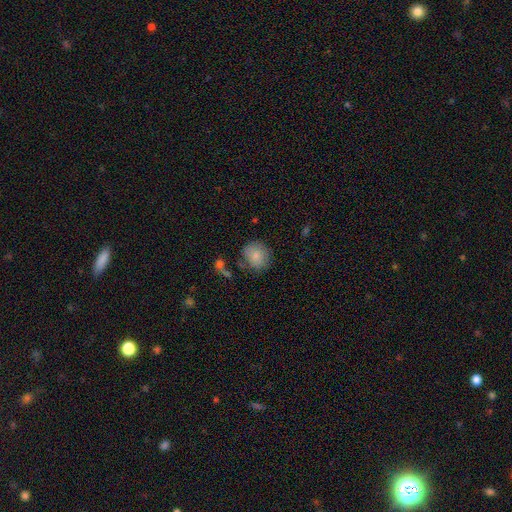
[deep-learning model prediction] smooth_or_featured: smooth (p=0.81) [alt: featured or disk p=0.11]
how_rounded: round (p=0.81) [alt: in between p=0.18]
merging: none (p=0.71) [alt: minor disturbance p=0.18]